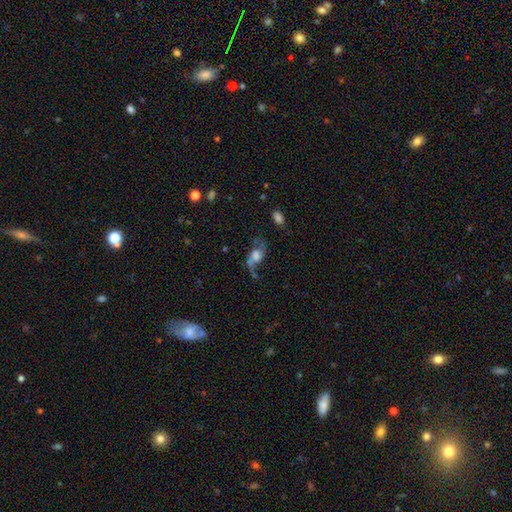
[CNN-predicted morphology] Smooth or featured? featured or disk (70%)
Edge-on disk? no (94%)
Bar? no (58%)
Spiral arms? yes (89%)
Spiral winding? loose (81%)
Spiral arm count? 2 (87%)
Bulge size? large (35%)
Merging? none (48%)